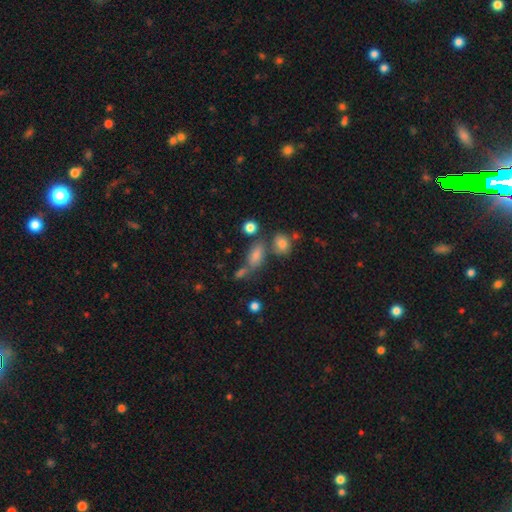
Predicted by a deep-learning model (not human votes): Morphology: type=smooth (78%); roundness=in between (82%); merging=none (53%).